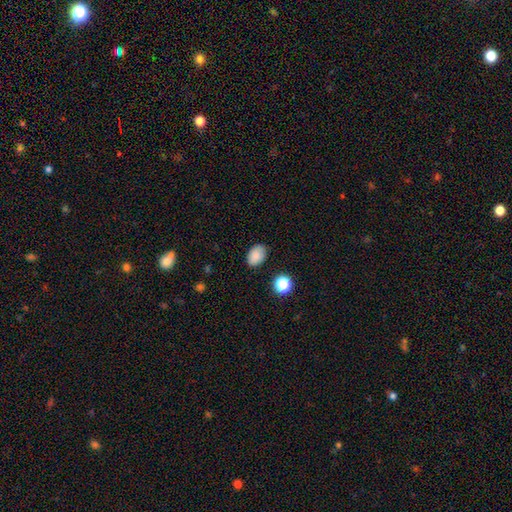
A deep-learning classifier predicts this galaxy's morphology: The model was most divided on "how rounded": in between: 82%, round: 17%, cigar-shaped: 1%. More confident: smooth or featured — smooth (86%); merging — none (83%).